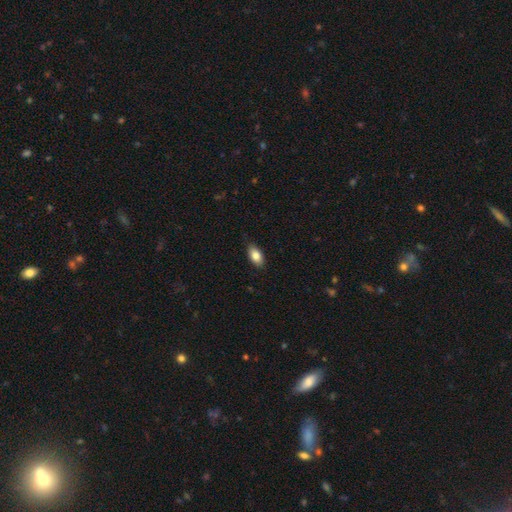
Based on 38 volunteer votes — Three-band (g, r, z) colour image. It shows a smooth galaxy with no disk features (84%) that is in between round and cigar-shaped (91%). Merging: none (78%).